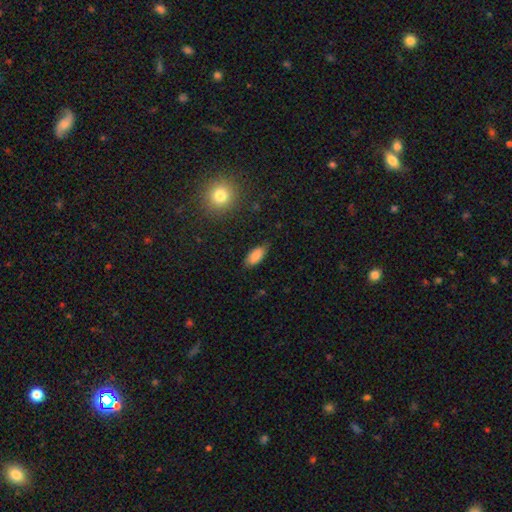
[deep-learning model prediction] A smooth galaxy with no disk features (85%) that is in between round and cigar-shaped (88%). Merging: none (77%).